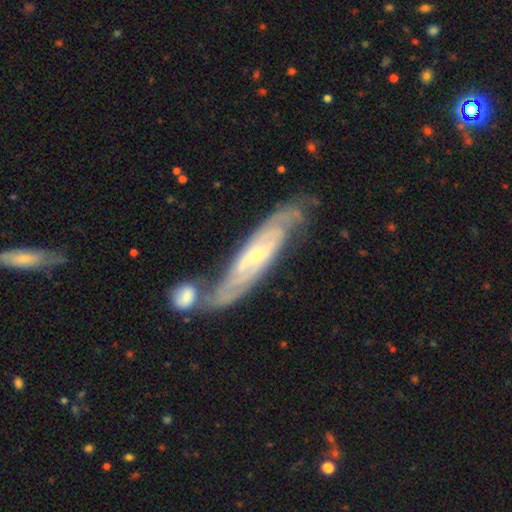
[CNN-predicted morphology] A featured or disk galaxy (84%) with no bar (40%), 2 (56%) tight (55%) spiral arms (95%) and a small central bulge (72%). Merging: none (53%).